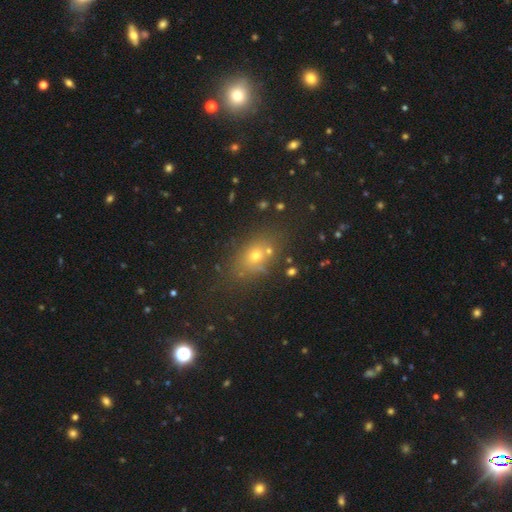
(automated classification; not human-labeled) A smooth galaxy with no disk features (61%) that is in between round and cigar-shaped (62%). Merging: none (72%).